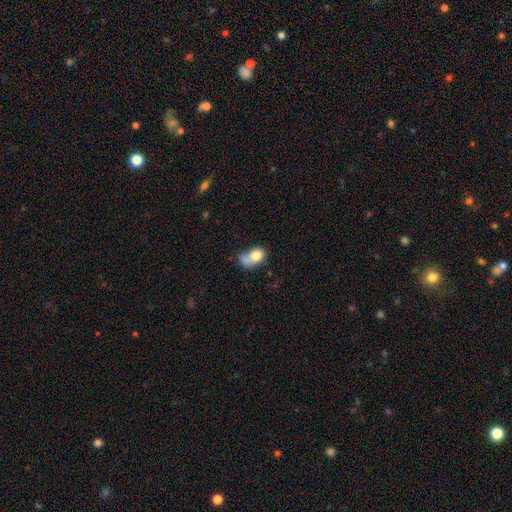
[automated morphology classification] This is likely a smooth galaxy (75%). How rounded: likely in between (62%). Merging: marginally merger (40%).